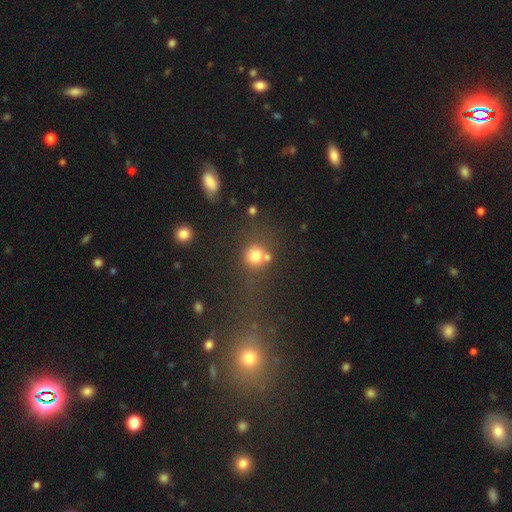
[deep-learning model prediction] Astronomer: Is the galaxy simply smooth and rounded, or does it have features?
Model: smooth — 74%.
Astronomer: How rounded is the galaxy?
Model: round — 87%.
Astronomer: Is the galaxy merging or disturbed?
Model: none — 55%.